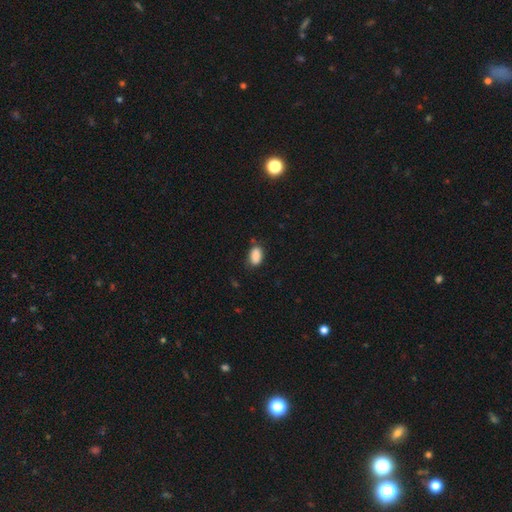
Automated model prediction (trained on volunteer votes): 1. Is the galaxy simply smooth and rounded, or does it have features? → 88% smooth, 8% star or artifact, 4% featured or disk.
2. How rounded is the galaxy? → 90% in between, 9% round, 2% cigar-shaped.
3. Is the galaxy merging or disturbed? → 75% none, 19% minor disturbance, 4% major disturbance, 2% merger.